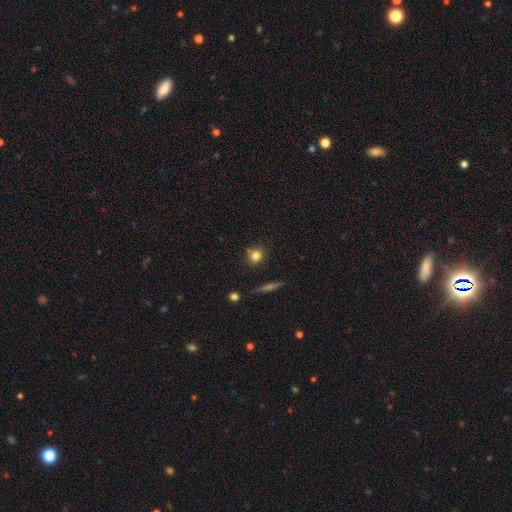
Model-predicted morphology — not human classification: This appears to be a smooth galaxy with no disk features (80%) that is round (83%). Merging: none (80%).